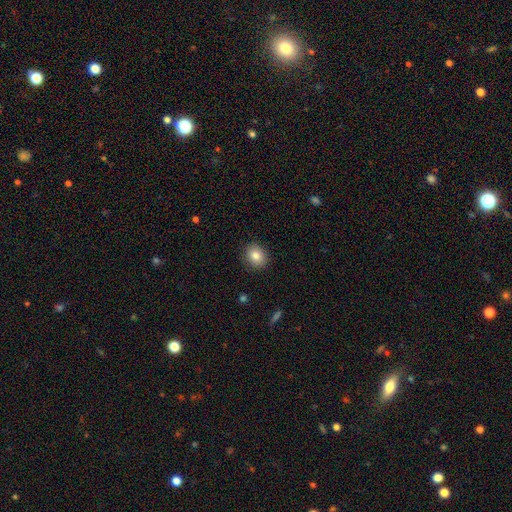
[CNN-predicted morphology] Q: Smooth or featured?
A: smooth (82%); runner-up: star or artifact (9%)
Q: How rounded?
A: round (68%); runner-up: in between (31%)
Q: Merging?
A: none (90%); runner-up: minor disturbance (7%)